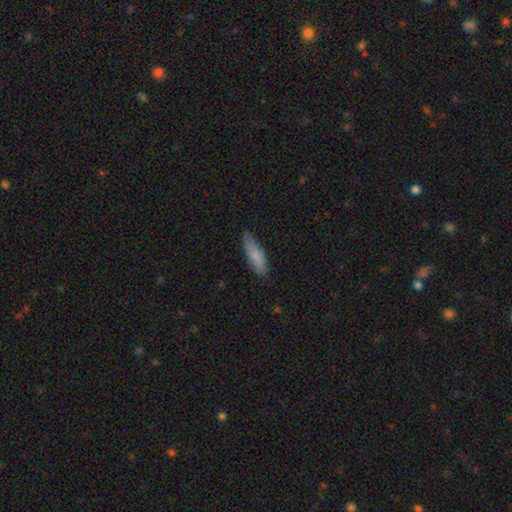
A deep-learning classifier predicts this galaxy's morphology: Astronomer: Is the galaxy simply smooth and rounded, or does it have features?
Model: smooth — 84%.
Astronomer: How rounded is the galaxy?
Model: cigar-shaped — 51% (runner-up: in between, 48%).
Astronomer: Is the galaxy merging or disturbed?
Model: none — 74%.